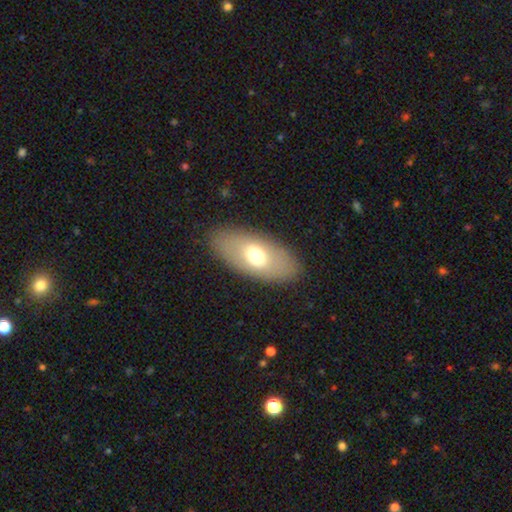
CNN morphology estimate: smooth 62%, featured or disk 30%, star or artifact 8%. Down the decision tree: how rounded — in between (89%); merging — none (86%).